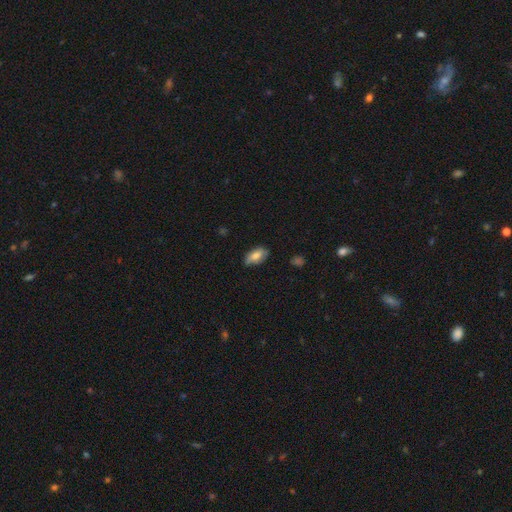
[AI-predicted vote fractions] smooth 64%, featured or disk 29%, star or artifact 7%. Down the decision tree: how rounded — in between (91%); merging — none (66%).